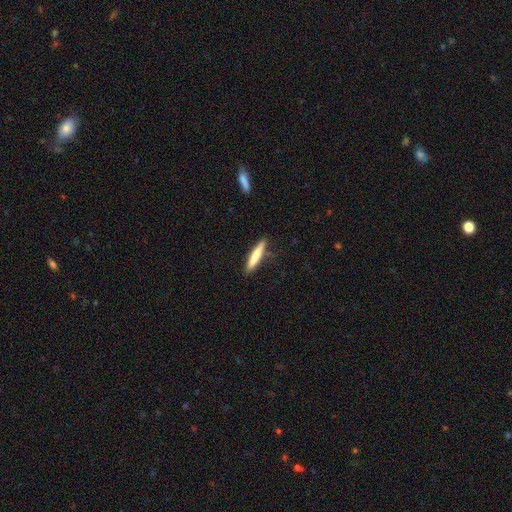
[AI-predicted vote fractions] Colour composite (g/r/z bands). It shows a smooth galaxy with no disk features (74%) that is cigar-shaped (90%). Merging: none (85%).